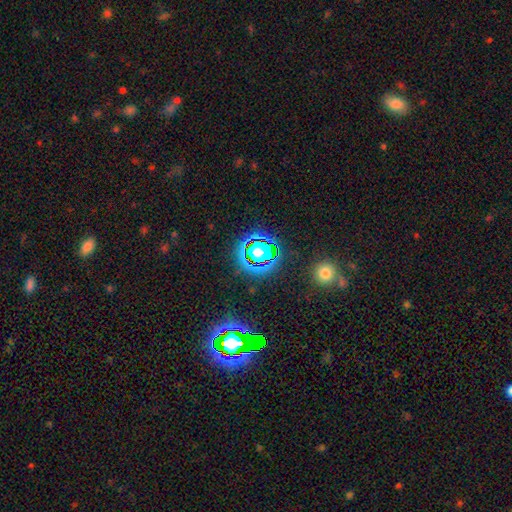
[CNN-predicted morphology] This appears to be a star or artifact, not a galaxy (75%).